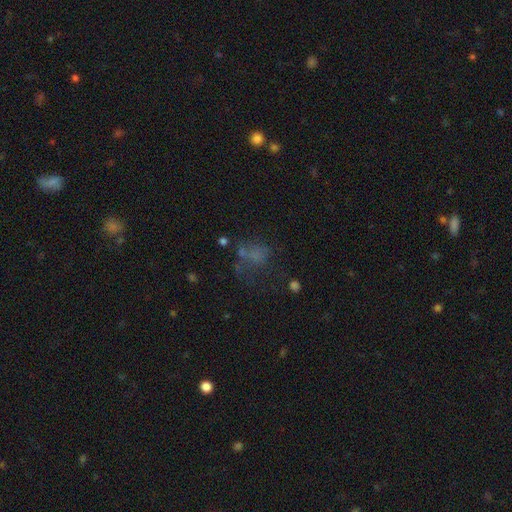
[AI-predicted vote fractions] Smooth or featured: smooth — 46% (star or artifact — 27%)
Merging: none — 38% (major disturbance — 33%)